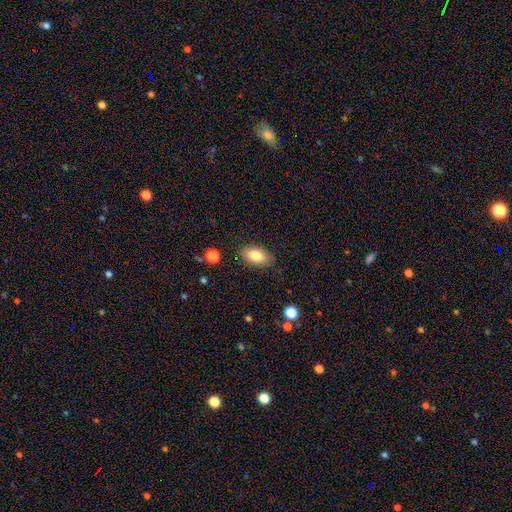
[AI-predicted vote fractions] smooth-or-featured: smooth: 81% | featured or disk: 11% | star or artifact: 8%
  how-rounded: in between: 90% | round: 5% | cigar-shaped: 5%
  merging: none: 85% | minor disturbance: 11% | major disturbance: 3% | merger: 1%